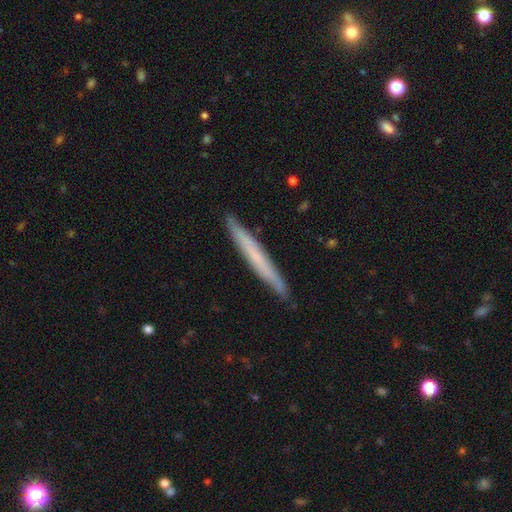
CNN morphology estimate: smooth-or-featured: smooth: 51% | featured or disk: 42% | star or artifact: 6%
  how-rounded: cigar-shaped: 97% | in between: 2% | round: 1%
  merging: none: 90% | minor disturbance: 7% | major disturbance: 1% | merger: 1%